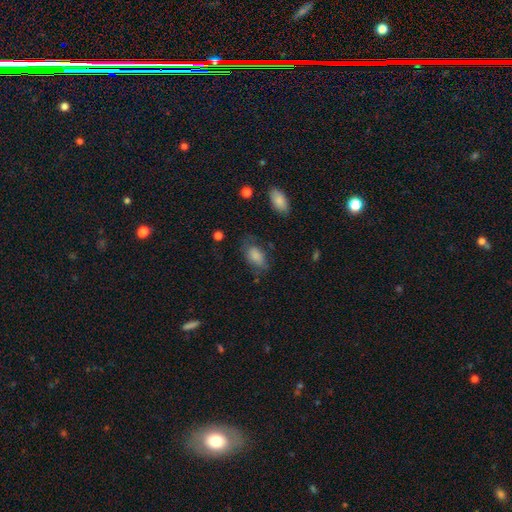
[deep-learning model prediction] smooth_or_featured: smooth (p=0.82) [alt: featured or disk p=0.10]
how_rounded: in between (p=0.90) [alt: round p=0.08]
merging: none (p=0.56) [alt: minor disturbance p=0.28]